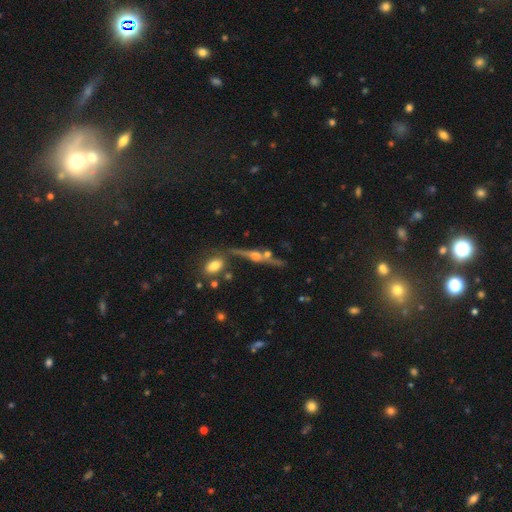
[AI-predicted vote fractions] The model was most divided on "merging": none: 63%, merger: 16%, minor disturbance: 15%, major disturbance: 7%. More confident: edge-on bulge — rounded (92%); edge-on disk — yes (90%); smooth or featured — featured or disk (75%).